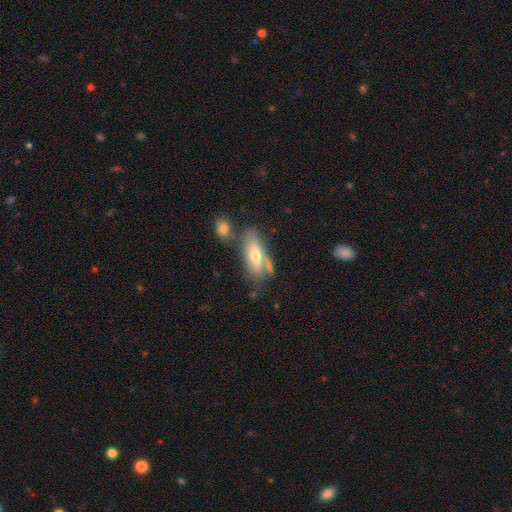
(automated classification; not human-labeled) Smooth or featured? smooth (54%)
How rounded? in between (71%)
Merging? none (55%)